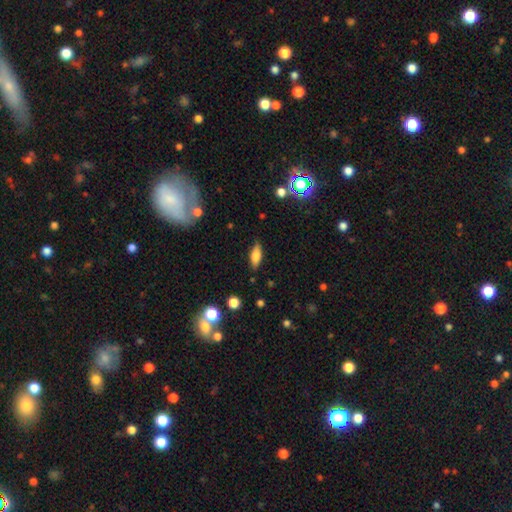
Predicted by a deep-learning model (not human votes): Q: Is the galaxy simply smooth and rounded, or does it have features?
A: smooth — 69%.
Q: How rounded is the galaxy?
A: in between — 73%.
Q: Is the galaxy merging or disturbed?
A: none — 84%.